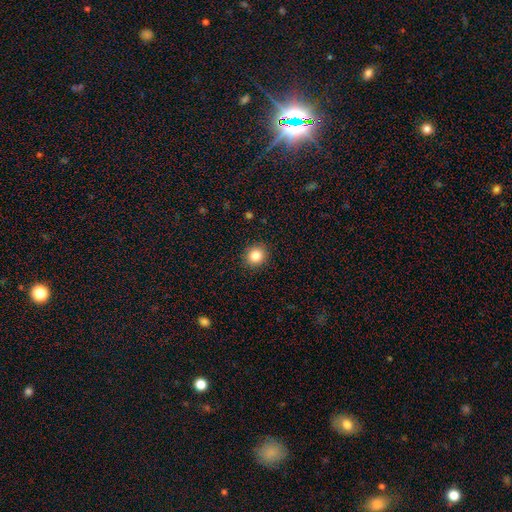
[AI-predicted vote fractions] Overall: smooth (85%). How rounded: round (79%). Merging: none (91%).